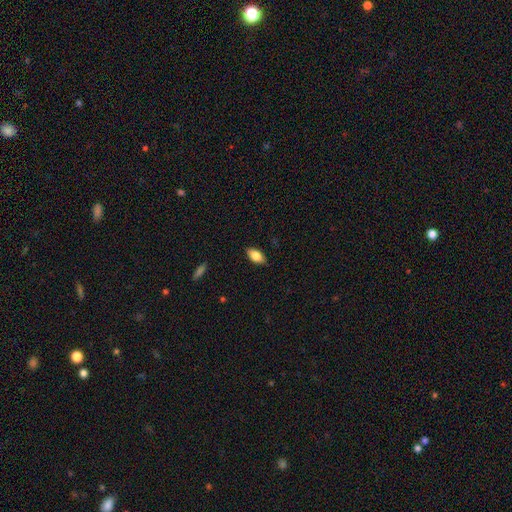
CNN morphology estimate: Smooth or featured? Predicted: smooth (p=0.83). How rounded? Predicted: in between (p=0.91). Merging? Predicted: none (p=0.85).